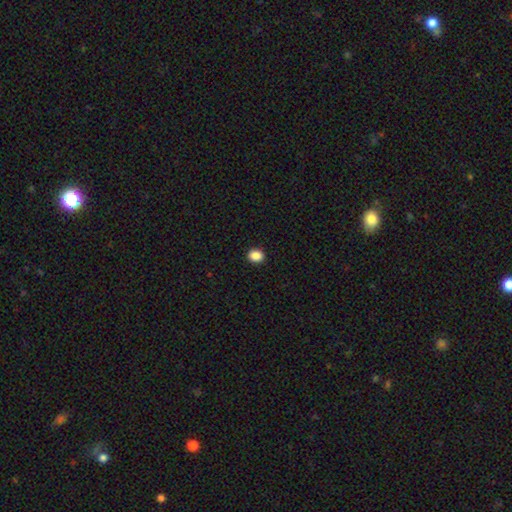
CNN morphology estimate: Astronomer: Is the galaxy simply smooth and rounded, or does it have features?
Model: smooth — 88%.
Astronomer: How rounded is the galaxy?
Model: round — 63%.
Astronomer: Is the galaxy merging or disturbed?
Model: none — 92%.